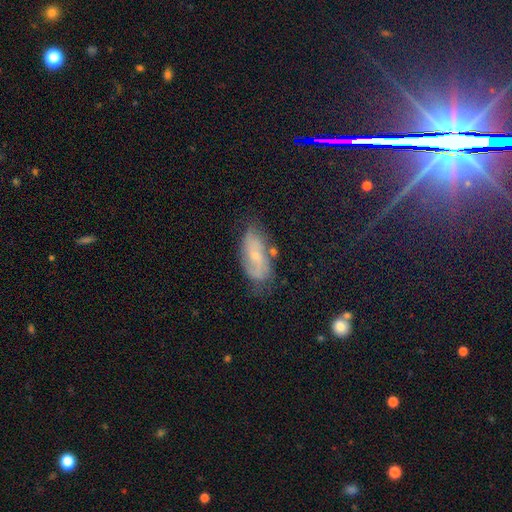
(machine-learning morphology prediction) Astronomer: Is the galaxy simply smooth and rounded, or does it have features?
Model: featured or disk — 54% (runner-up: smooth, 34%).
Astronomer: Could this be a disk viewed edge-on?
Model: no — 88%.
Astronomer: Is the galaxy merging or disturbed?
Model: none — 62%.